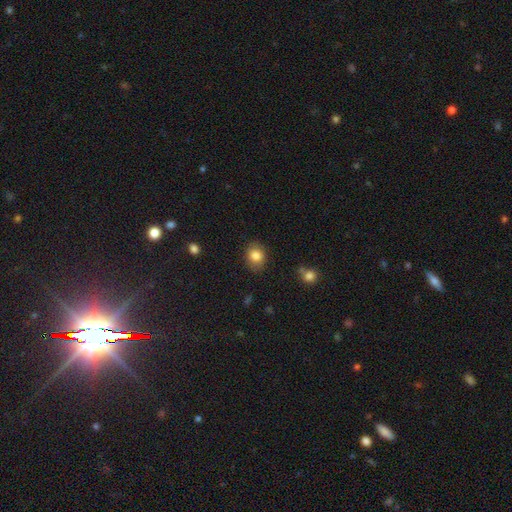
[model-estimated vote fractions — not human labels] The model was most divided on "how rounded": round: 59%, in between: 40%, cigar-shaped: 1%. More confident: merging — none (84%); smooth or featured — smooth (83%).